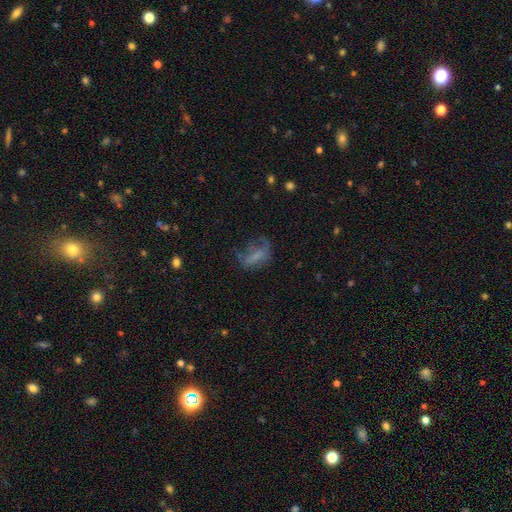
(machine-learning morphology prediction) Smooth or featured? smooth (50%)
How rounded? in between (75%)
Merging? major disturbance (38%)